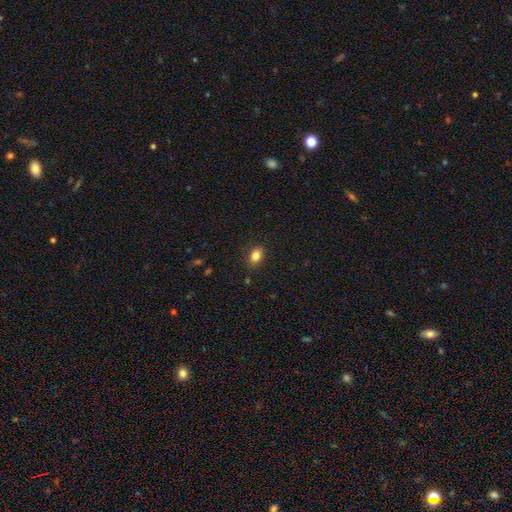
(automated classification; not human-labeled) Smooth or featured: smooth — 83% (star or artifact — 10%)
How rounded: in between — 71% (round — 28%)
Merging: none — 86% (minor disturbance — 10%)